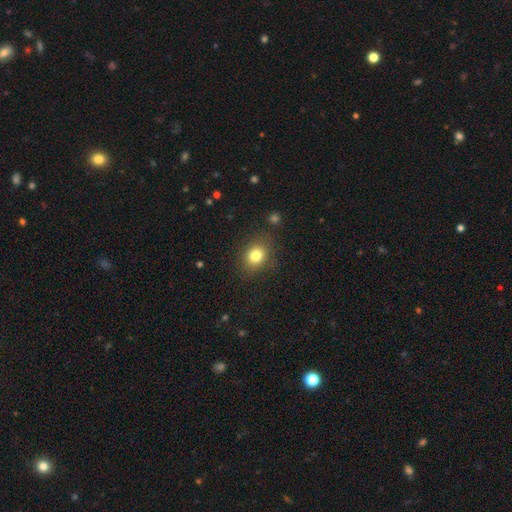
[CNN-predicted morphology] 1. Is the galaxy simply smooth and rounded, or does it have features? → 81% smooth, 12% star or artifact, 8% featured or disk.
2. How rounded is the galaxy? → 58% round, 41% in between, 1% cigar-shaped.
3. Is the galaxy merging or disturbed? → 83% none, 11% minor disturbance, 4% major disturbance, 2% merger.